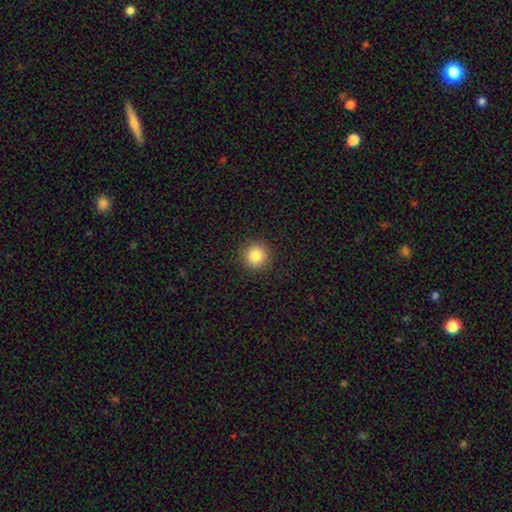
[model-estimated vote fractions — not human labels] The model was most divided on "smooth or featured": smooth: 84%, star or artifact: 11%, featured or disk: 5%. More confident: how rounded — round (94%); merging — none (92%).